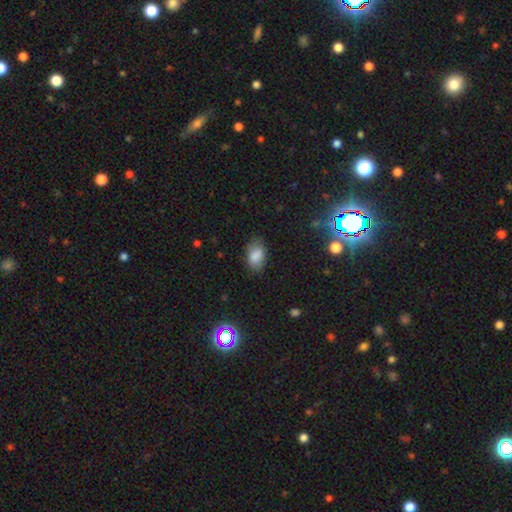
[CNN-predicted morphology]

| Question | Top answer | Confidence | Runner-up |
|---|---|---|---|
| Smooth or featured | smooth | 84% | star or artifact (9%) |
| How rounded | in between | 90% | round (9%) |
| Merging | none | 75% | minor disturbance (19%) |